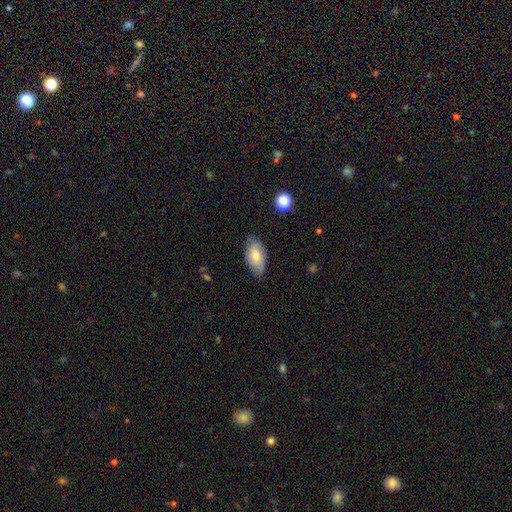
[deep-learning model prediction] This appears to be a smooth galaxy with no disk features (71%) that is in between round and cigar-shaped (93%). Merging: none (74%).